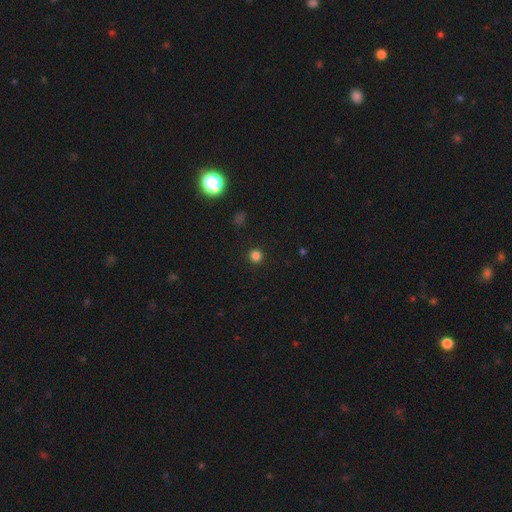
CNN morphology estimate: Smooth or featured: smooth — 82% (star or artifact — 15%)
How rounded: round — 94% (in between — 5%)
Merging: none — 92% (minor disturbance — 5%)